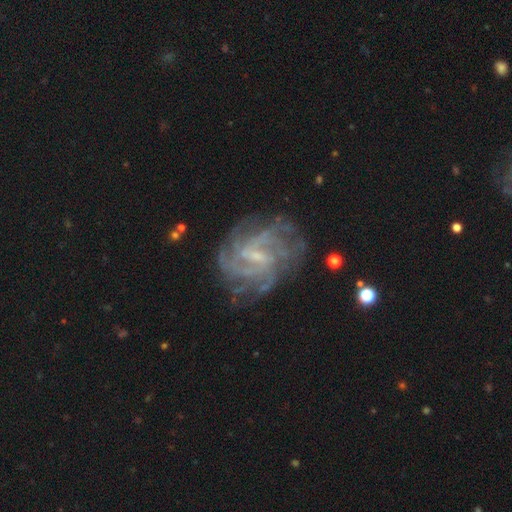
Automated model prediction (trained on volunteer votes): Smooth or featured?
  - featured or disk: 87% *
  - star or artifact: 7%
  - smooth: 6%
Edge-on disk?
  - no: 98% *
  - yes: 2%
Bar?
  - weak: 61% *
  - no: 20%
  - strong: 19%
Spiral arms?
  - yes: 94% *
  - no: 6%
Spiral winding?
  - tight: 51% *
  - medium: 38%
  - loose: 11%
Spiral arm count?
  - can't tell: 34% *
  - 4: 25%
  - 3: 13%
  - more than 4: 11%
  - 2: 10%
  - 1: 7%
Bulge size?
  - small: 64% *
  - moderate: 19%
  - none: 15%
  - large: 1%
  - dominant: 1%
Merging?
  - none: 72% *
  - minor disturbance: 16%
  - major disturbance: 10%
  - merger: 2%